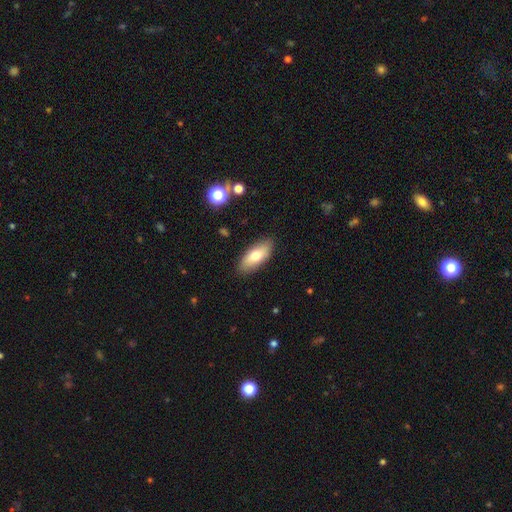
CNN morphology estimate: Smooth or featured? smooth (71%)
How rounded? in between (82%)
Merging? none (87%)